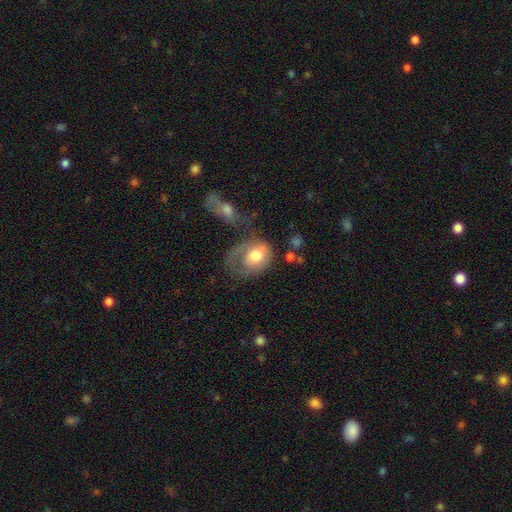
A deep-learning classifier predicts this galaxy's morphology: Overall: smooth (54%; featured or disk 39%). How rounded: in between (65%; round 34%). Merging: major disturbance (40%; none 26%).